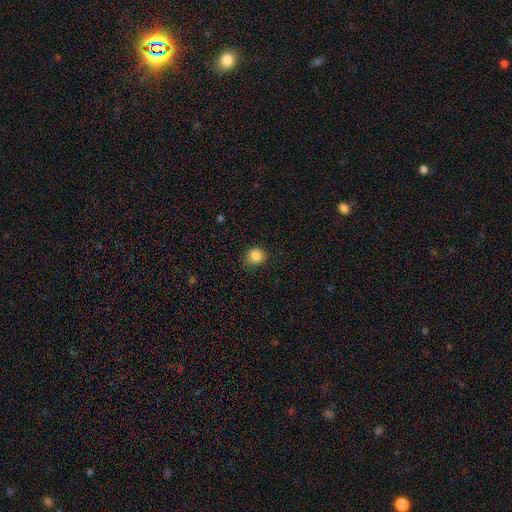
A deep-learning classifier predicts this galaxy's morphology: This appears to be a smooth galaxy with no disk features (85%) that is round (84%). Merging: none (80%).